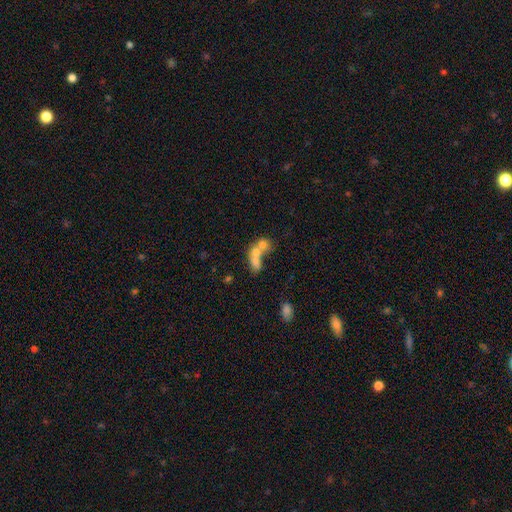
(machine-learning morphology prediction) This appears to be a smooth galaxy with no disk features (59%) that is in between round and cigar-shaped (58%). Merging: merger (70%).